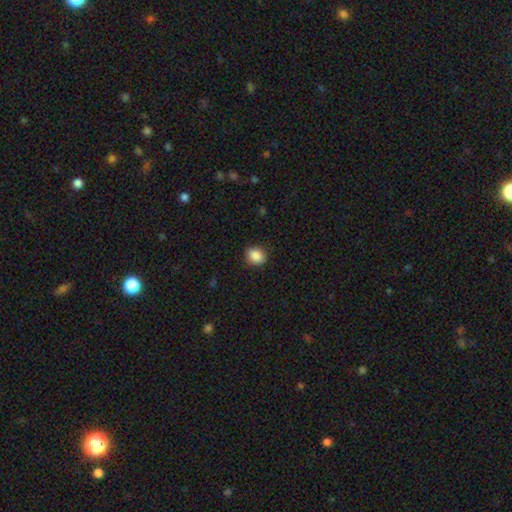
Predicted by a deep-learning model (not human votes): Morphology: type=smooth (88%); roundness=round (63%); merging=none (88%).